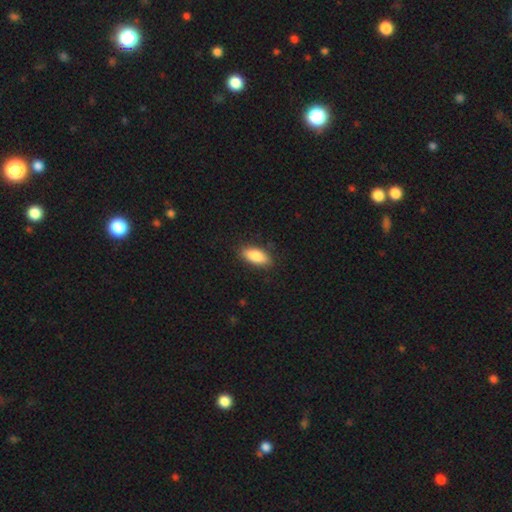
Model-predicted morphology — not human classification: Smooth or featured? Predicted: smooth (p=0.86). How rounded? Predicted: in between (p=0.84). Merging? Predicted: none (p=0.86).